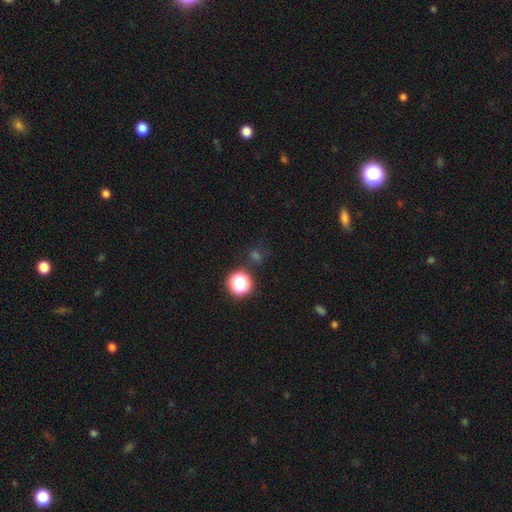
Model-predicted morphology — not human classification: Smooth or featured? star or artifact (51%)